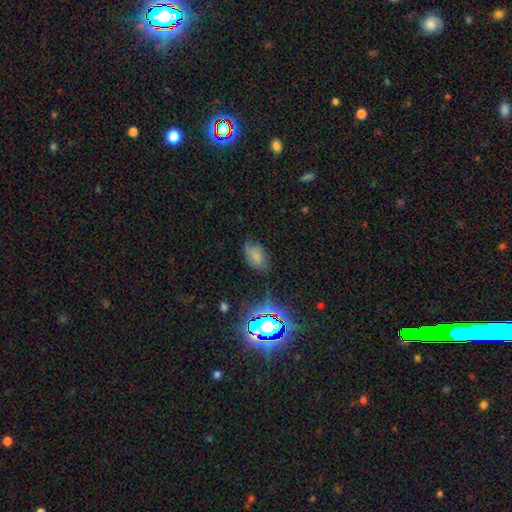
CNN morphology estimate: type=smooth (64%); roundness=in between (89%); merging=none (65%).